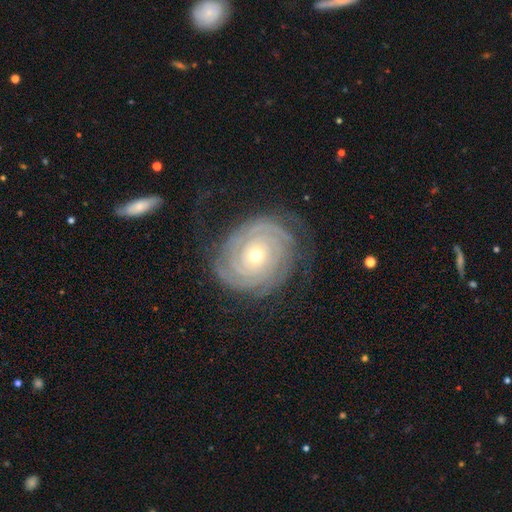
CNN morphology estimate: Overall: featured or disk (89%). Edge-on disk: no (97%). Bar: no (81%). Spiral arms: yes (97%). Spiral arm count: 2 (26%; can't tell 24%). Spiral winding: tight (89%). Bulge size: small (53%; moderate 44%). Merging: none (78%).